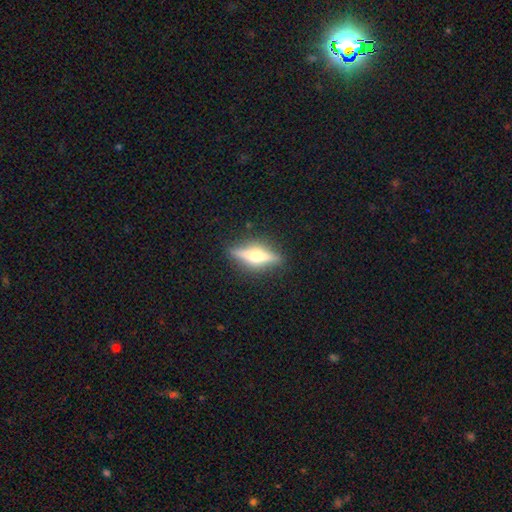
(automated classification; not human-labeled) Overall: featured or disk (69%). Edge-on disk: yes (95%). Edge-on bulge: rounded (92%). Merging: none (87%).